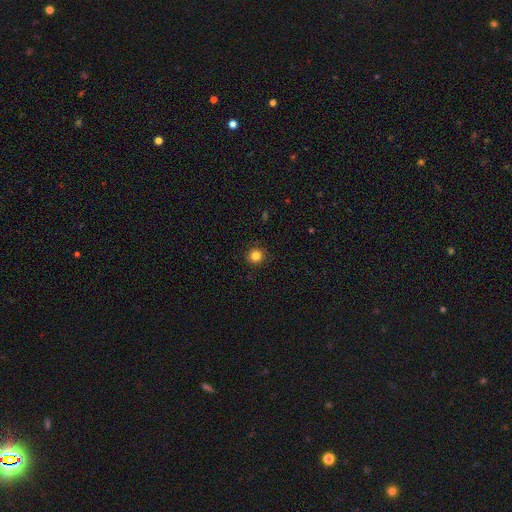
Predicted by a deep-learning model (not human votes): The model was most divided on "smooth or featured": smooth: 83%, star or artifact: 12%, featured or disk: 5%. More confident: how rounded — round (94%); merging — none (91%).